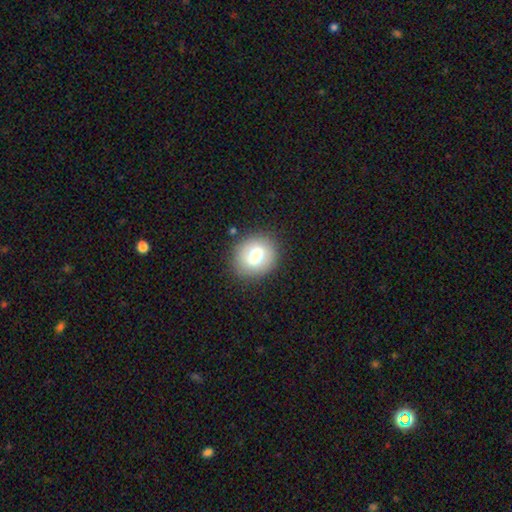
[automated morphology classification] smooth 68%, featured or disk 23%, star or artifact 9%. Down the decision tree: how rounded — round (71%); merging — none (84%).